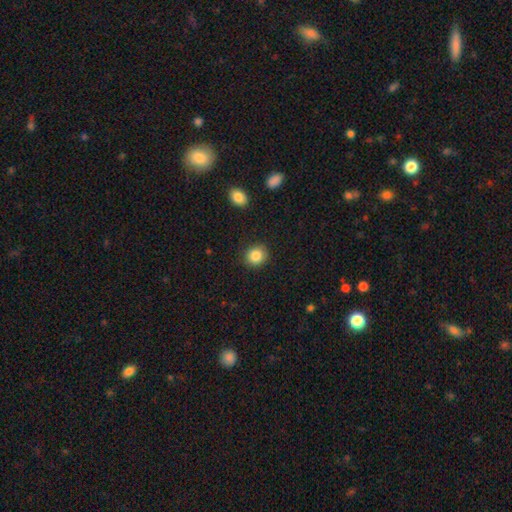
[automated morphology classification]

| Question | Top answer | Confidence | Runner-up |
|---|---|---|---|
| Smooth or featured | smooth | 86% | star or artifact (9%) |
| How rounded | round | 82% | in between (17%) |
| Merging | none | 88% | minor disturbance (8%) |